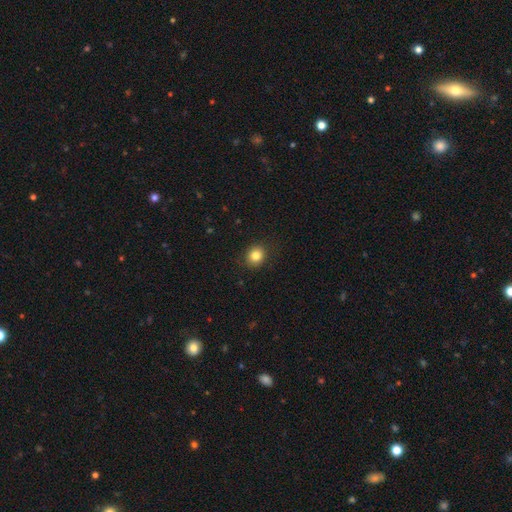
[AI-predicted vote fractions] smooth 83%, star or artifact 11%, featured or disk 6%. Down the decision tree: how rounded — round (79%); merging — none (88%).